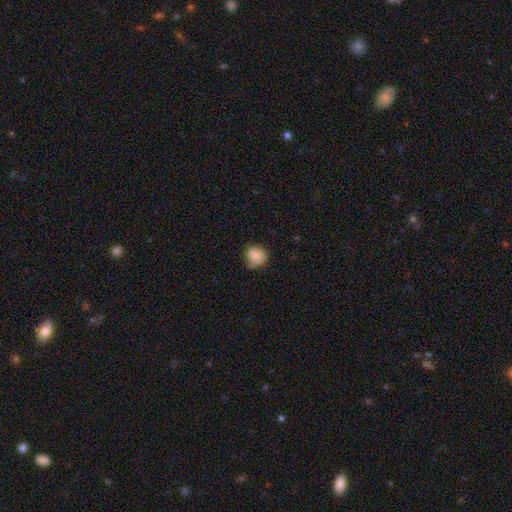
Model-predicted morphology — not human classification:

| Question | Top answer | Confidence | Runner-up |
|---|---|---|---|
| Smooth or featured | smooth | 80% | featured or disk (12%) |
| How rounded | round | 75% | in between (24%) |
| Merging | none | 52% | minor disturbance (36%) |